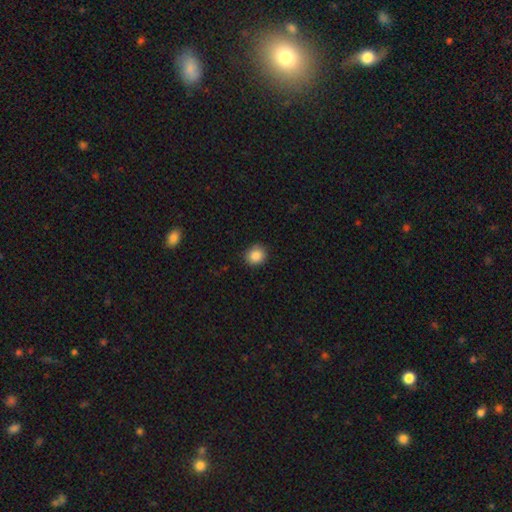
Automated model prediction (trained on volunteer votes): This is clearly a smooth galaxy (87%). How rounded: clearly round (83%). Merging: clearly none (88%).